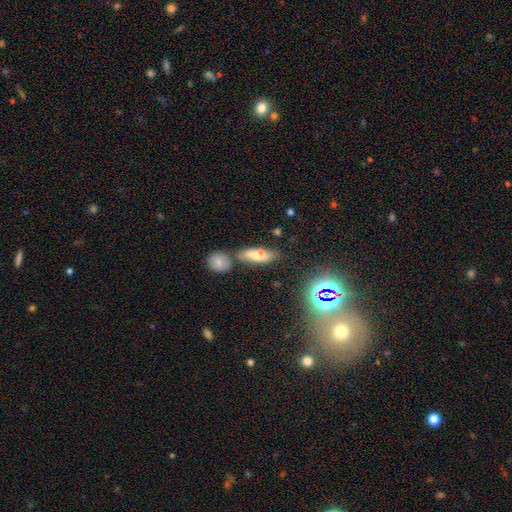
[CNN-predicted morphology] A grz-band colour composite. It shows a smooth galaxy with no disk features (64%) that is in between round and cigar-shaped (59%). Merging: none (55%).